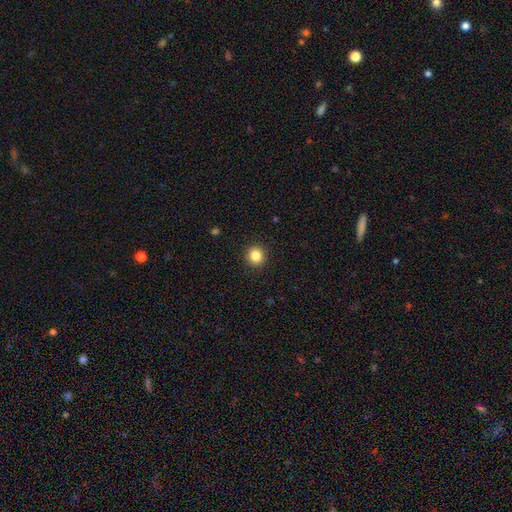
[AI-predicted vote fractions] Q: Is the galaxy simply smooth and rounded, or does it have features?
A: smooth — 84%.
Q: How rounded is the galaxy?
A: round — 90%.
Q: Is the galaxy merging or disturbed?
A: none — 92%.